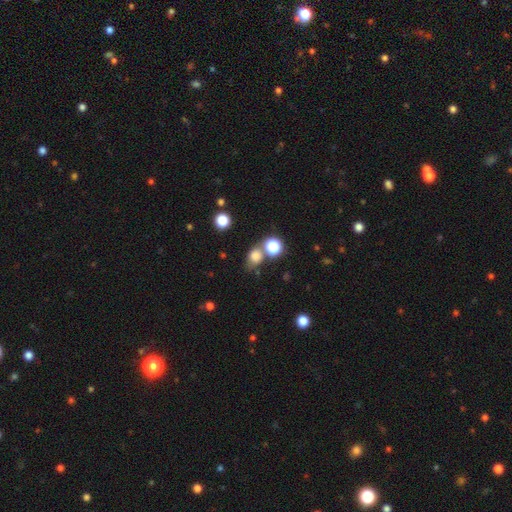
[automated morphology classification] smooth-or-featured: smooth: 76% | star or artifact: 16% | featured or disk: 8%
  how-rounded: round: 58% | in between: 41% | cigar-shaped: 1%
  merging: none: 56% | merger: 24% | minor disturbance: 14% | major disturbance: 6%